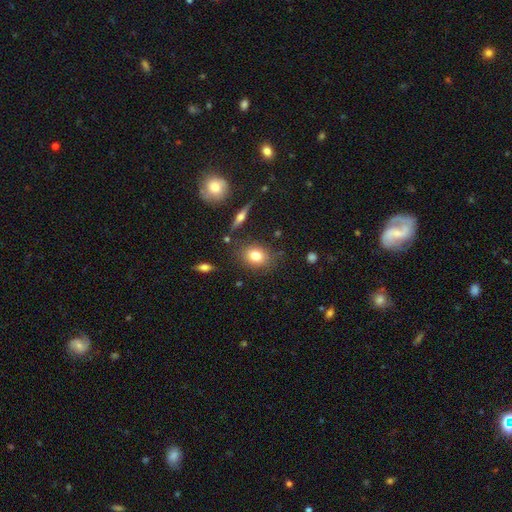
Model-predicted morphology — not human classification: smooth-or-featured: smooth: 77% | featured or disk: 13% | star or artifact: 10%
  how-rounded: in between: 54% | round: 44% | cigar-shaped: 2%
  merging: none: 80% | minor disturbance: 12% | merger: 4% | major disturbance: 4%